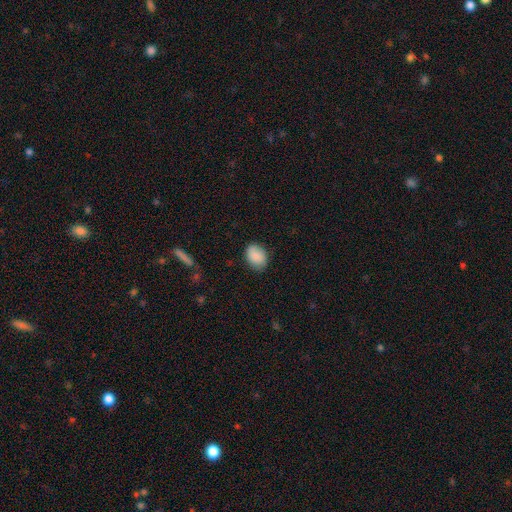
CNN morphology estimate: Smooth or featured: smooth — 87% (star or artifact — 7%)
How rounded: in between — 68% (round — 31%)
Merging: none — 80% (minor disturbance — 15%)